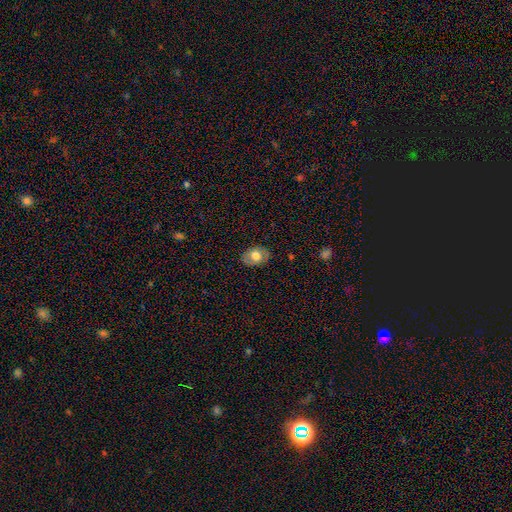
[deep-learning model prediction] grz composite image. It shows a smooth galaxy with no disk features (70%) that is in between round and cigar-shaped (74%). Merging: none (84%).